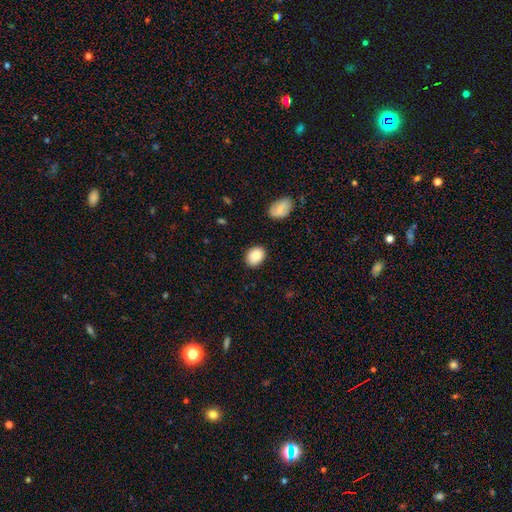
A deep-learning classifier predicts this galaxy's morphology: Overall: smooth (87%). How rounded: in between (65%; round 34%). Merging: none (85%).